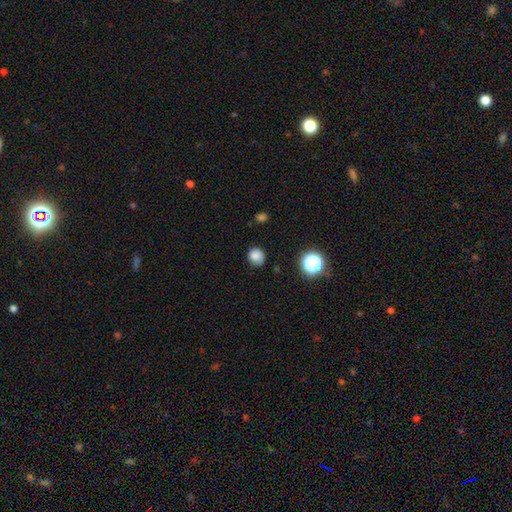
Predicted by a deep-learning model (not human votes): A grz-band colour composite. It shows a smooth galaxy with no disk features (82%) that is round (82%). Merging: none (81%).